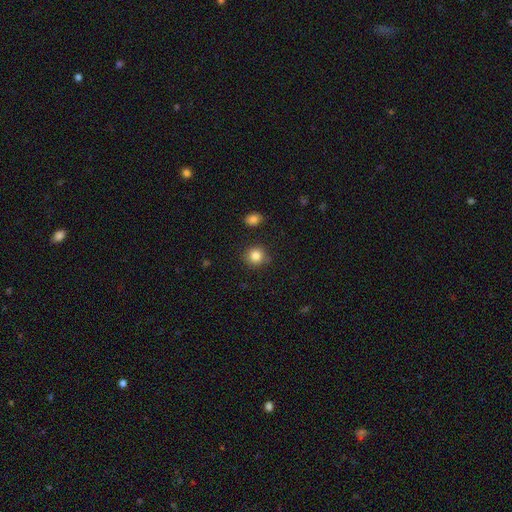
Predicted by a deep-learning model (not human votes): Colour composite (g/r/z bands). It shows a smooth galaxy with no disk features (85%) that is round (89%). Merging: none (84%).